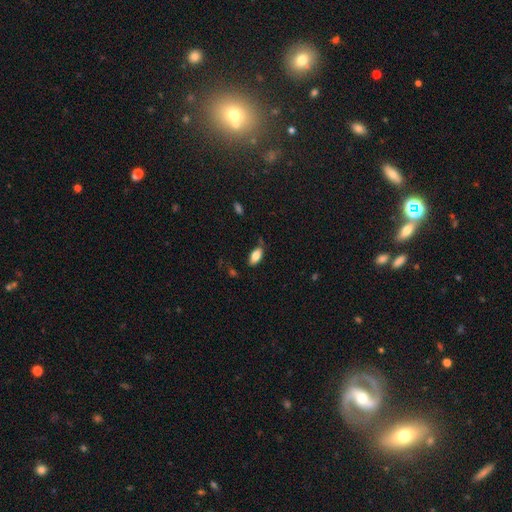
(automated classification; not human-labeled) Morphology: type=smooth (81%); roundness=in between (90%); merging=none (73%).